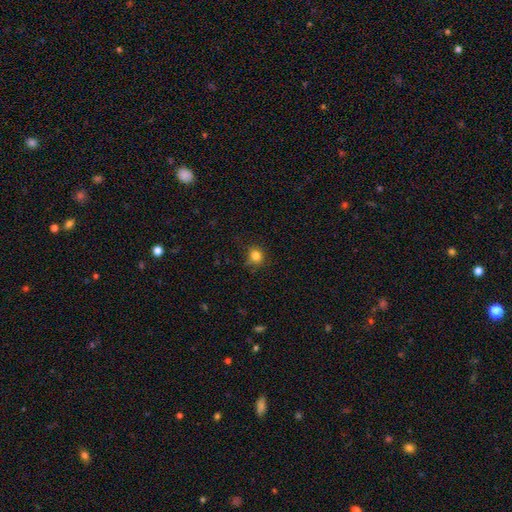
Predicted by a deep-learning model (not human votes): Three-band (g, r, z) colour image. It shows a smooth galaxy with no disk features (83%) that is round (87%). Merging: none (82%).